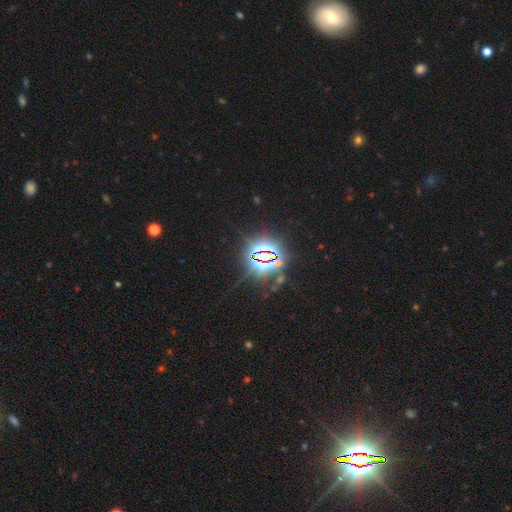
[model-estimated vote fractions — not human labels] This is clearly a star or artifact rather than a galaxy (83%).